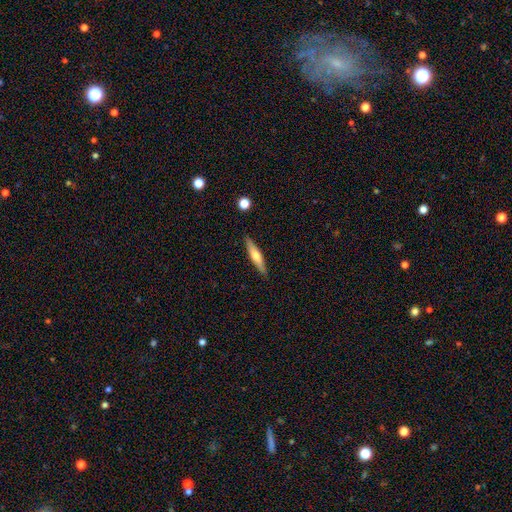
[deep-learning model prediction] Smooth or featured?
  - smooth: 49% *
  - featured or disk: 45%
  - star or artifact: 6%
Merging?
  - none: 89% *
  - minor disturbance: 8%
  - major disturbance: 2%
  - merger: 2%